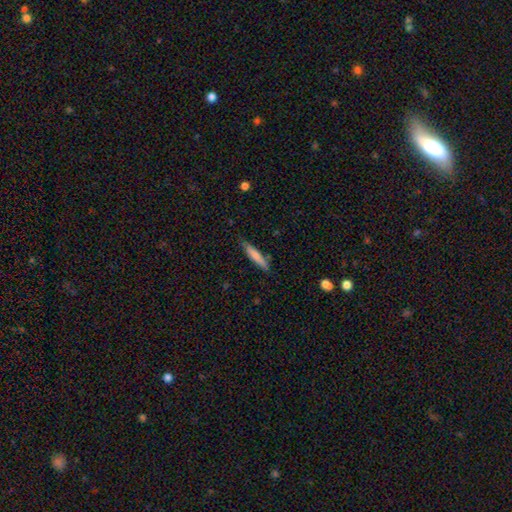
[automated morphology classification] smooth_or_featured: smooth (p=0.75) [alt: featured or disk p=0.20]
how_rounded: cigar-shaped (p=0.88) [alt: in between p=0.10]
merging: none (p=0.81) [alt: minor disturbance p=0.15]